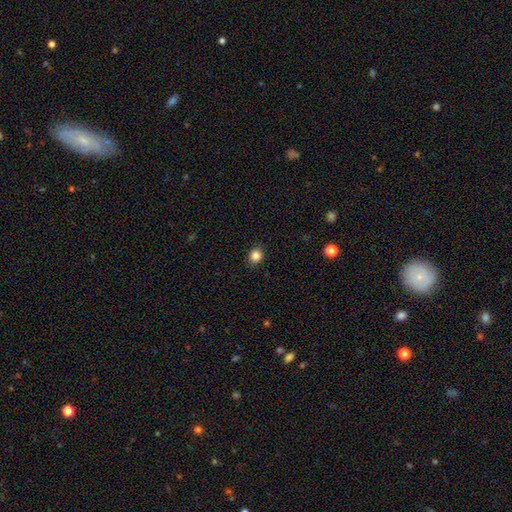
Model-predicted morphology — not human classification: smooth-or-featured: smooth: 85% | star or artifact: 11% | featured or disk: 4%
  how-rounded: round: 73% | in between: 26% | cigar-shaped: 1%
  merging: none: 89% | minor disturbance: 8% | major disturbance: 2% | merger: 1%